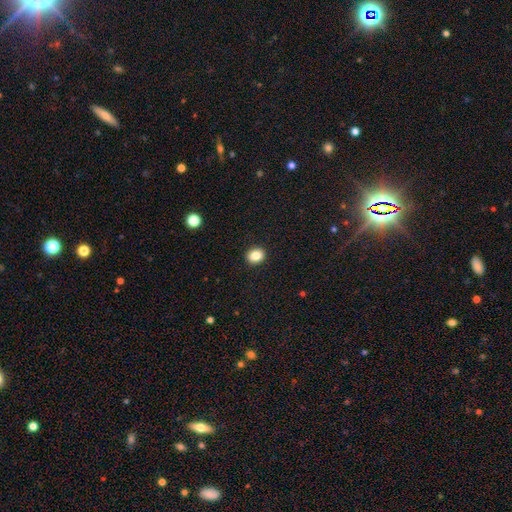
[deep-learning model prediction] Smooth or featured: smooth — 85% (star or artifact — 10%)
How rounded: round — 63% (in between — 36%)
Merging: none — 92% (minor disturbance — 5%)